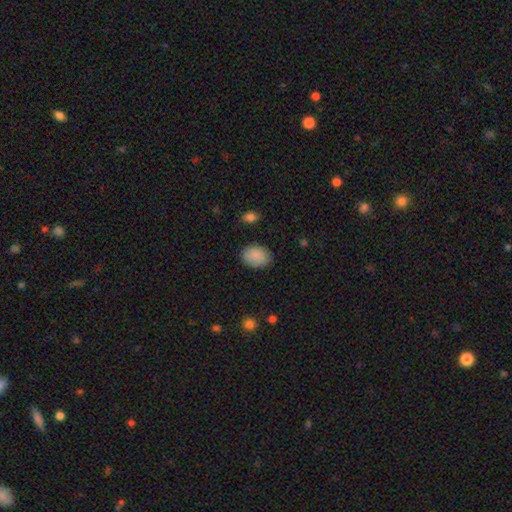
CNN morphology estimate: The model was most divided on "how rounded": in between: 71%, round: 28%, cigar-shaped: 1%. More confident: smooth or featured — smooth (87%); merging — none (84%).